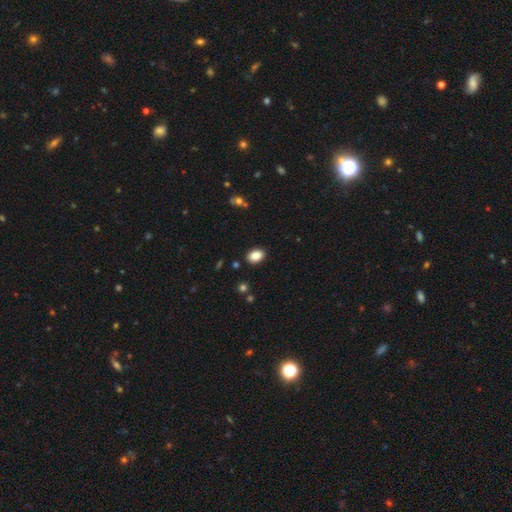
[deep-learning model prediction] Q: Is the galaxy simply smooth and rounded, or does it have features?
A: smooth — 87%.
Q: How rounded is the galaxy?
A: in between — 83%.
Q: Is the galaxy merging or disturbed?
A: none — 89%.